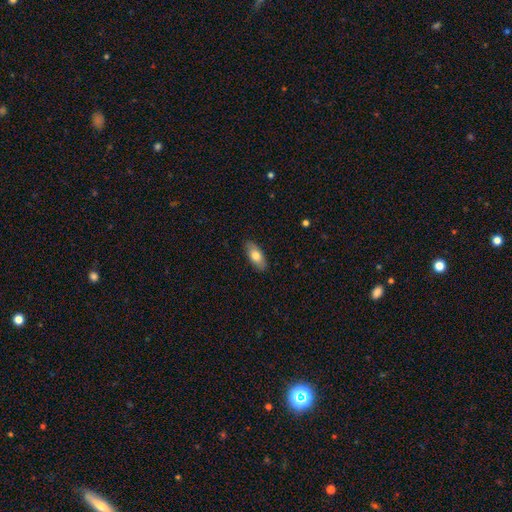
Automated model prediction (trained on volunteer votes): A smooth galaxy with no disk features (76%) that is in between round and cigar-shaped (82%). Merging: none (87%).